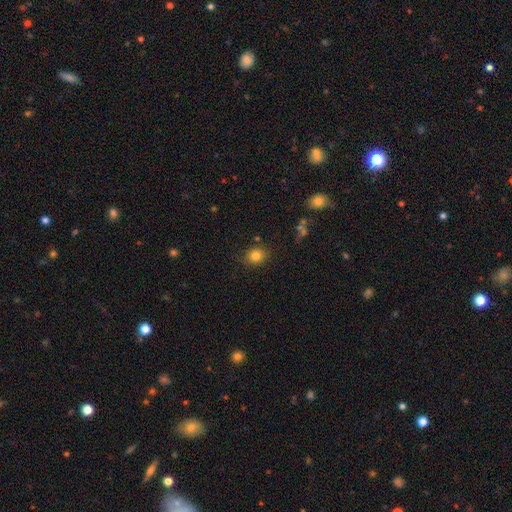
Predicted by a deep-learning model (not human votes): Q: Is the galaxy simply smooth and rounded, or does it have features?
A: smooth — 81%.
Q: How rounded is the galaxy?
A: round — 66%.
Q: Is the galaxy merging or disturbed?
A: none — 84%.